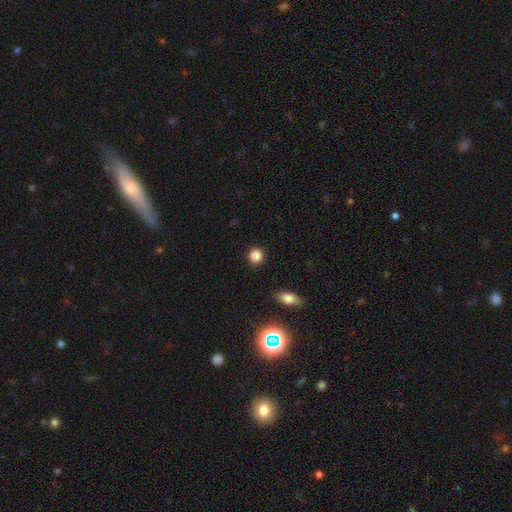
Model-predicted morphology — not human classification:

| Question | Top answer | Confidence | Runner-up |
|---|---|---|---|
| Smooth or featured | smooth | 85% | star or artifact (11%) |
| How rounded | round | 92% | in between (7%) |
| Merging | none | 91% | minor disturbance (5%) |